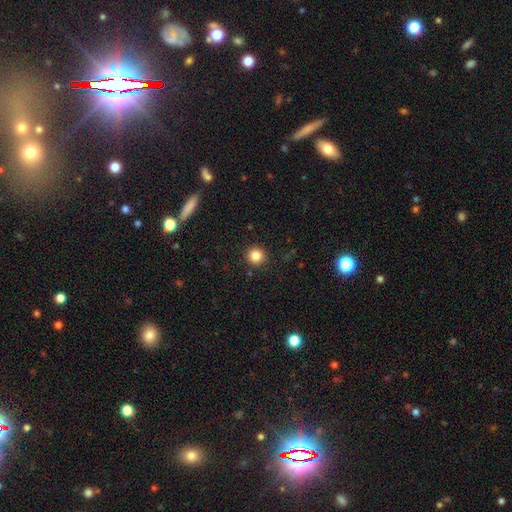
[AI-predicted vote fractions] The model was most divided on "smooth or featured": smooth: 85%, star or artifact: 11%, featured or disk: 4%. More confident: how rounded — round (94%); merging — none (92%).